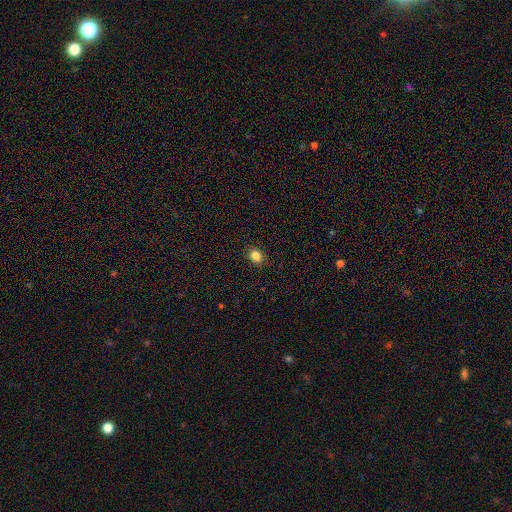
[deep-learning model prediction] Q: Smooth or featured?
A: smooth (84%); runner-up: star or artifact (11%)
Q: How rounded?
A: in between (54%); runner-up: round (44%)
Q: Merging?
A: none (89%); runner-up: minor disturbance (8%)